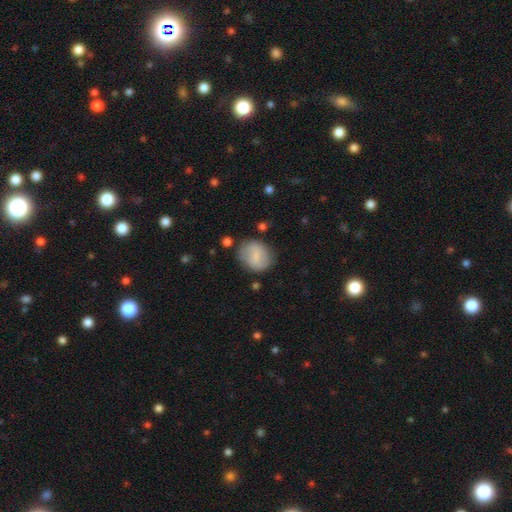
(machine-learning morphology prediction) This is likely a smooth galaxy (69%). How rounded: likely round (65%). Merging: likely none (73%).